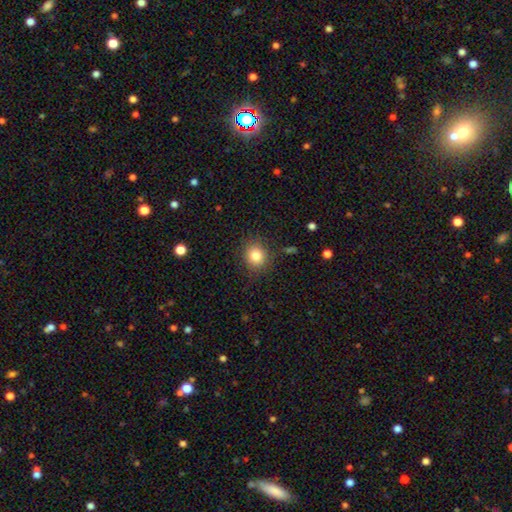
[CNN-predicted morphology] Smooth or featured: smooth — 82% (star or artifact — 11%)
How rounded: round — 76% (in between — 23%)
Merging: none — 85% (minor disturbance — 10%)